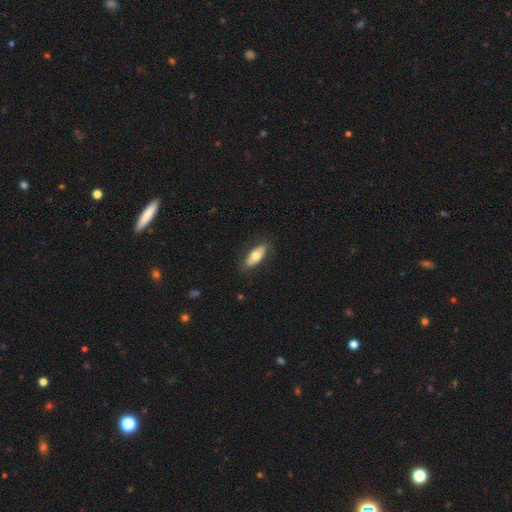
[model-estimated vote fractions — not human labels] Smooth or featured? smooth (66%)
How rounded? in between (83%)
Merging? none (83%)